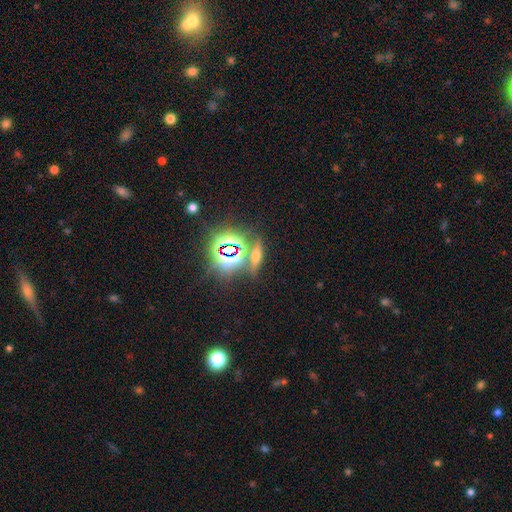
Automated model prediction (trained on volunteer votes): The model was most divided on "smooth or featured": star or artifact: 45%, smooth: 30%, featured or disk: 25%.